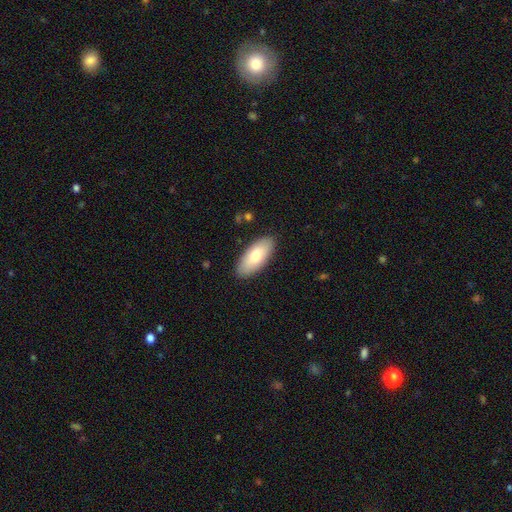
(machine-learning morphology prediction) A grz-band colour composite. It shows a smooth galaxy with no disk features (76%) that is in between round and cigar-shaped (88%). Merging: none (87%).